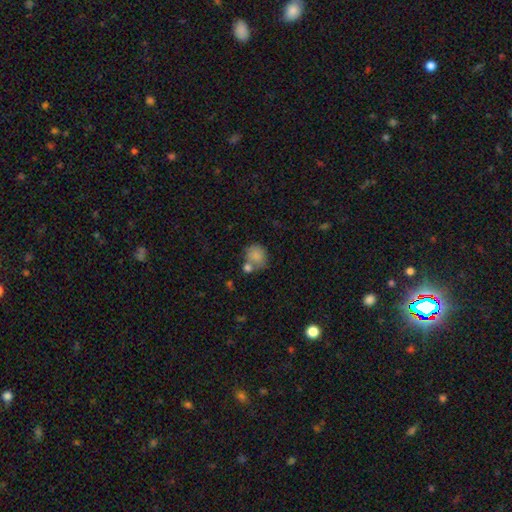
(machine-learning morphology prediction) Smooth or featured?
  - smooth: 82% *
  - star or artifact: 9%
  - featured or disk: 9%
How rounded?
  - round: 76% *
  - in between: 23%
  - cigar-shaped: 1%
Merging?
  - none: 47% *
  - merger: 30%
  - minor disturbance: 16%
  - major disturbance: 7%